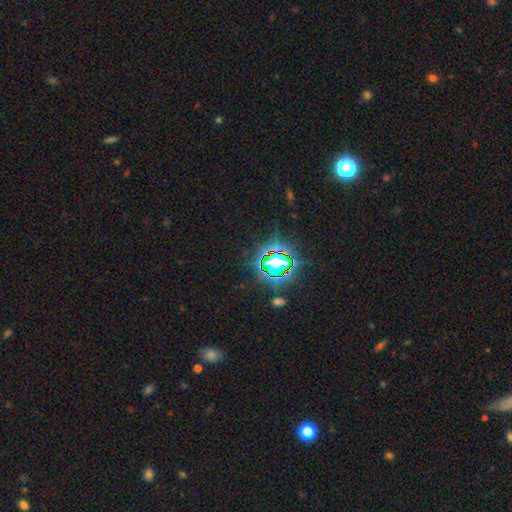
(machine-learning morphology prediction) A star or artifact, not a galaxy (82%).